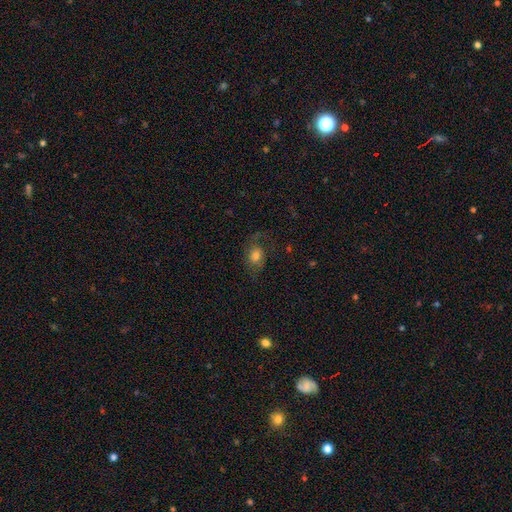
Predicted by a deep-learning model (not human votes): Morphology: type=smooth (58%); roundness=in between (61%); merging=none (56%).